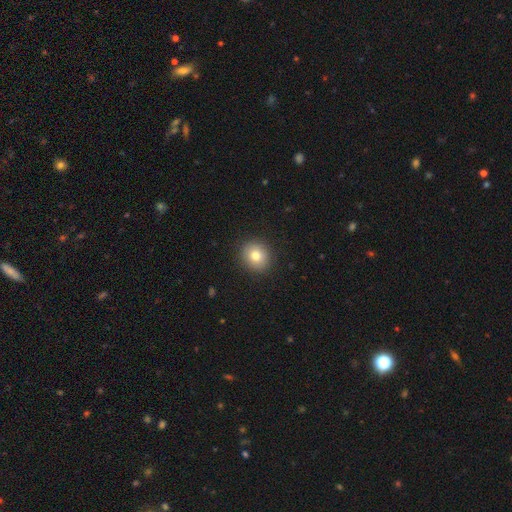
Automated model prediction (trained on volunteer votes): smooth-or-featured: smooth: 78% | featured or disk: 11% | star or artifact: 10%
  how-rounded: round: 84% | in between: 15% | cigar-shaped: 1%
  merging: none: 90% | minor disturbance: 7% | major disturbance: 2% | merger: 1%